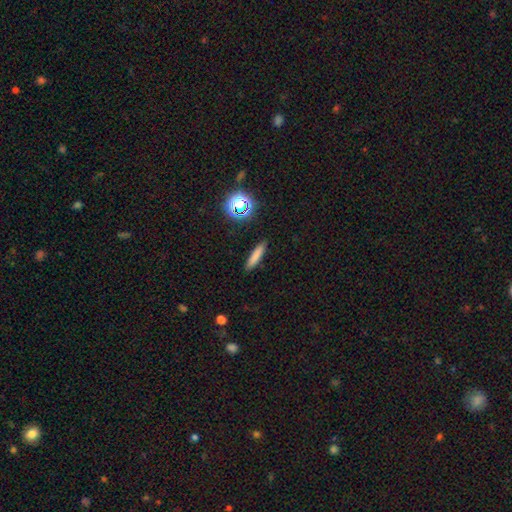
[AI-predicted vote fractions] Smooth or featured: smooth — 76% (star or artifact — 12%)
How rounded: cigar-shaped — 85% (in between — 12%)
Merging: none — 89% (minor disturbance — 8%)